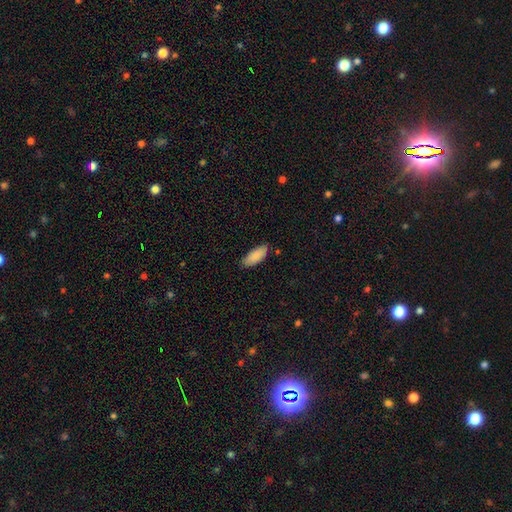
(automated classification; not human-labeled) smooth 89%, star or artifact 6%, featured or disk 5%. Down the decision tree: how rounded — in between (79%); merging — none (81%).